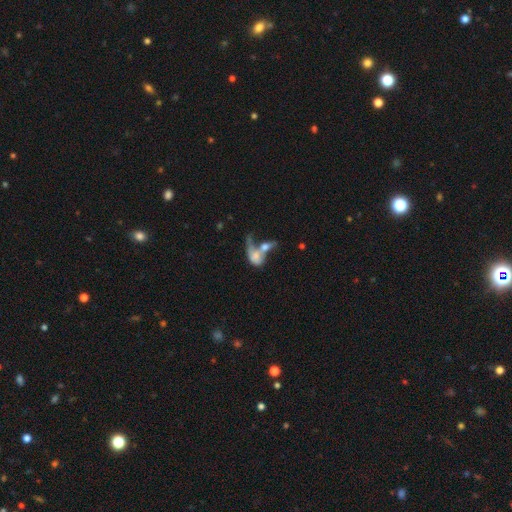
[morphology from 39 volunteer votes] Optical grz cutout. It shows a smooth galaxy with no disk features (62%) that is in between round and cigar-shaped (58%). Merging: merger (61%).